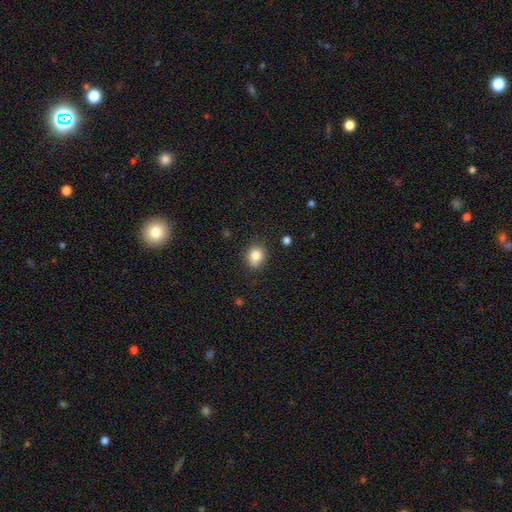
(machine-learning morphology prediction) smooth 83%, star or artifact 10%, featured or disk 6%. Down the decision tree: how rounded — round (69%); merging — none (78%).